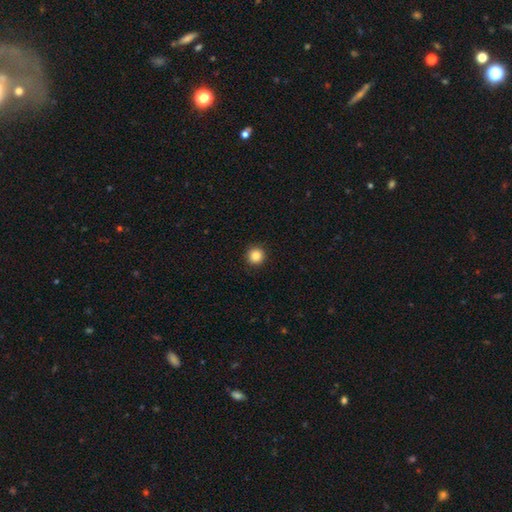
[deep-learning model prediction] A smooth galaxy with no disk features (86%) that is round (95%).

Vote fractions:
- Smooth or featured? smooth: 86% / star or artifact: 10% / featured or disk: 4%
- How rounded? round: 95% / in between: 4% / cigar-shaped: 1%
- Merging? none: 92% / minor disturbance: 5% / major disturbance: 2% / merger: 1%